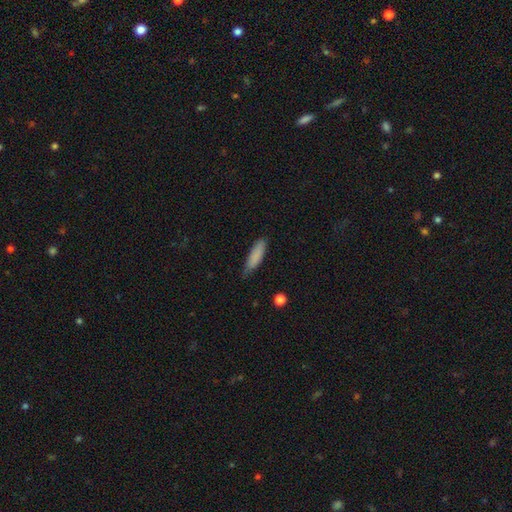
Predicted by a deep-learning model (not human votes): The model was most divided on "how rounded": cigar-shaped: 63%, in between: 35%, round: 2%. More confident: smooth or featured — smooth (85%); merging — none (70%).